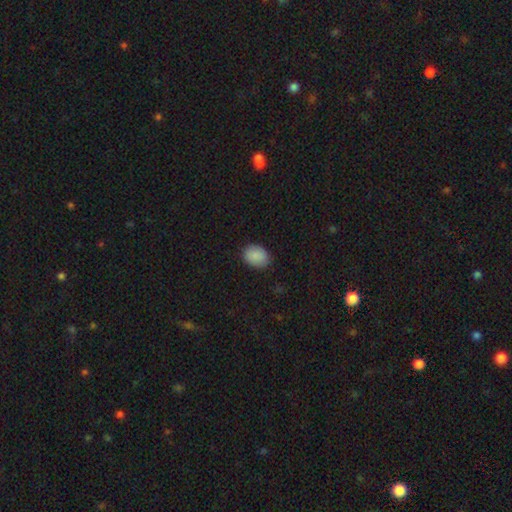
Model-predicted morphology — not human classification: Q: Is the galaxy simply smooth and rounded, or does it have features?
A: smooth — 88%.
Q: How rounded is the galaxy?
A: in between — 68%.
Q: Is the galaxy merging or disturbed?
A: none — 84%.